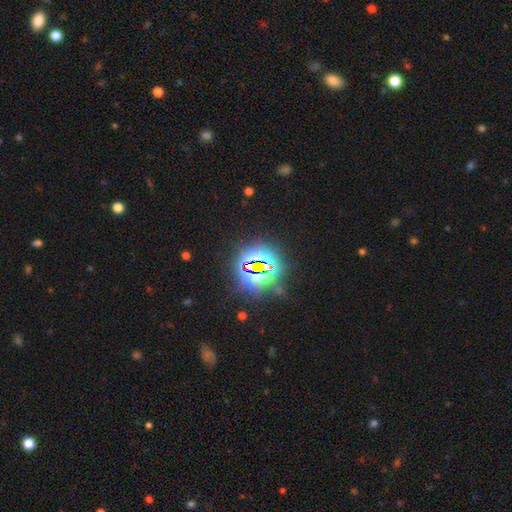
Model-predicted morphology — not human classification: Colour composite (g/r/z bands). It shows a star or artifact, not a galaxy (80%).